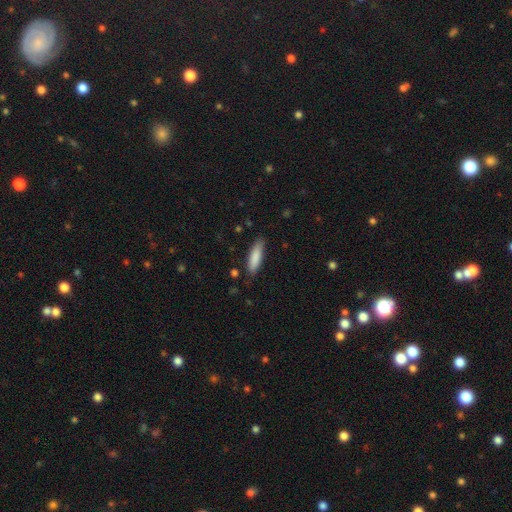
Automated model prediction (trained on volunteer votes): Smooth or featured? Predicted: smooth (p=0.85). How rounded? Predicted: cigar-shaped (p=0.64). Merging? Predicted: none (p=0.84).